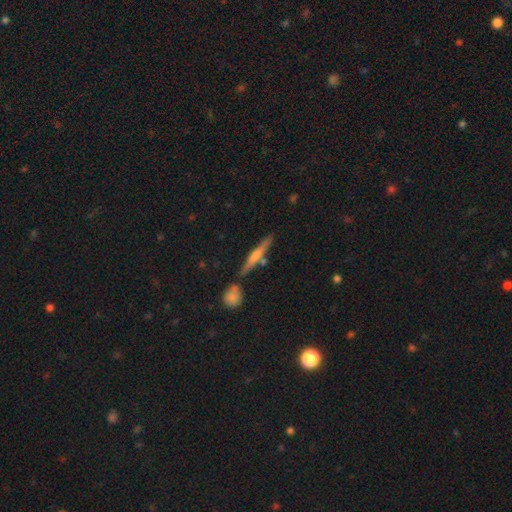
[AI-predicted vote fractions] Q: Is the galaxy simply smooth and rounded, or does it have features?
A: featured or disk — 54%.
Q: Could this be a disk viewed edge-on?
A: yes — 96%.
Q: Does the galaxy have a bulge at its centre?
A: rounded — 55%.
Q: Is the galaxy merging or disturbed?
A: none — 79%.